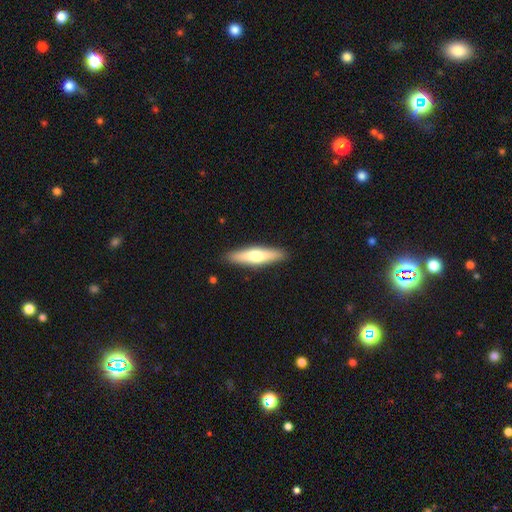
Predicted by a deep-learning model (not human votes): Smooth or featured? Predicted: smooth (p=0.56). How rounded? Predicted: cigar-shaped (p=0.78). Merging? Predicted: none (p=0.90).